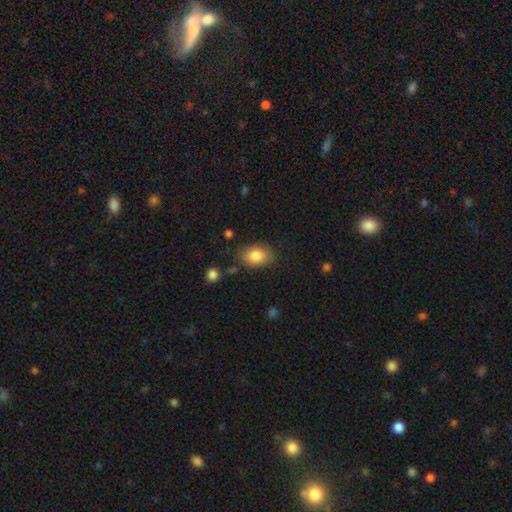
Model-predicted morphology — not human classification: type=smooth (84%); roundness=in between (81%); merging=none (75%).